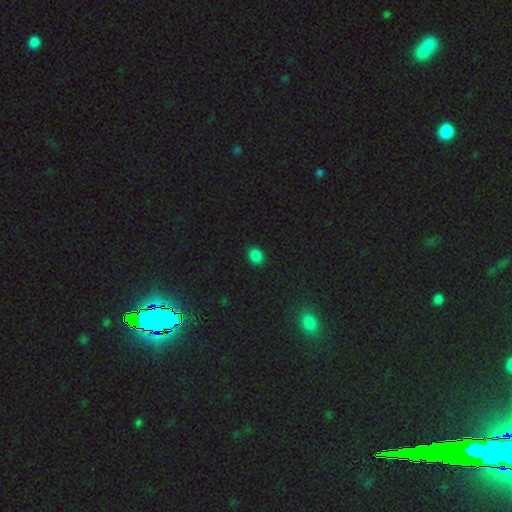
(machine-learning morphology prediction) smooth-or-featured: smooth: 84% | star or artifact: 13% | featured or disk: 3%
  how-rounded: round: 54% | in between: 45% | cigar-shaped: 1%
  merging: none: 90% | minor disturbance: 7% | major disturbance: 2% | merger: 1%